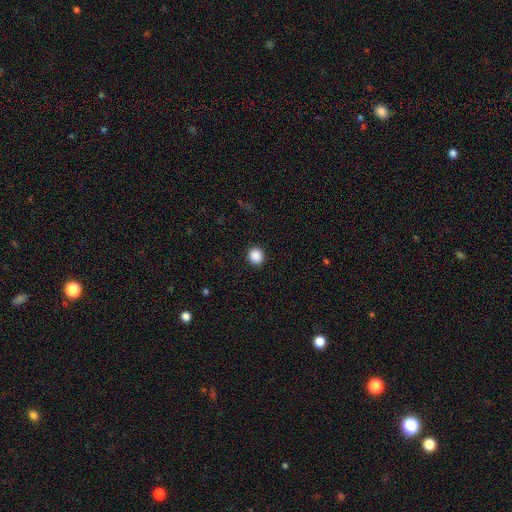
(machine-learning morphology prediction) smooth 88%, star or artifact 9%, featured or disk 2%. Down the decision tree: how rounded — round (91%); merging — none (93%).